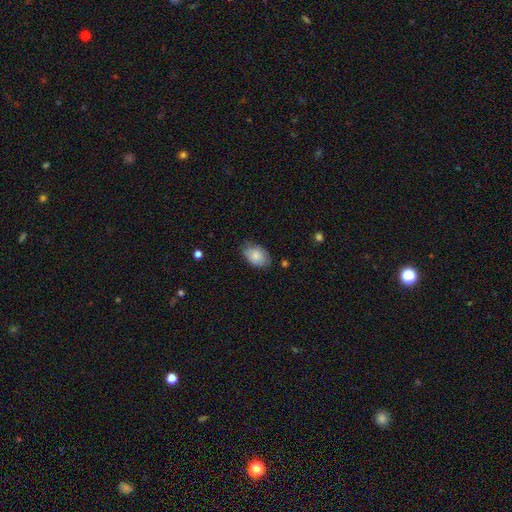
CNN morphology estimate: A smooth galaxy with no disk features (83%) that is in between round and cigar-shaped (87%).

Vote fractions:
- Smooth or featured? smooth: 83% / featured or disk: 10% / star or artifact: 7%
- How rounded? in between: 87% / round: 11% / cigar-shaped: 1%
- Merging? none: 70% / minor disturbance: 24% / major disturbance: 5% / merger: 1%